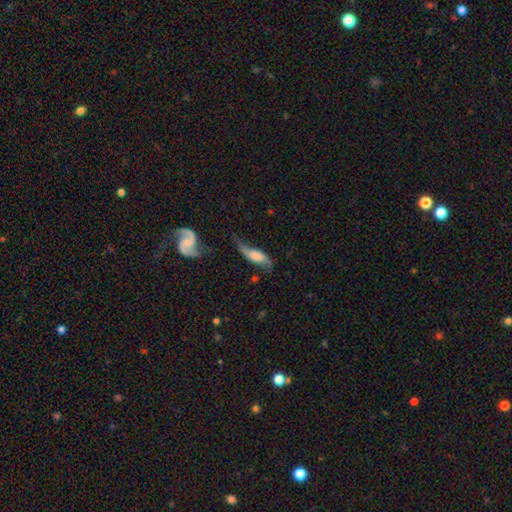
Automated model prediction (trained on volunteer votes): Smooth or featured? Predicted: featured or disk (p=0.51). Edge-on disk? Predicted: no (p=0.78). Merging? Predicted: none (p=0.39).